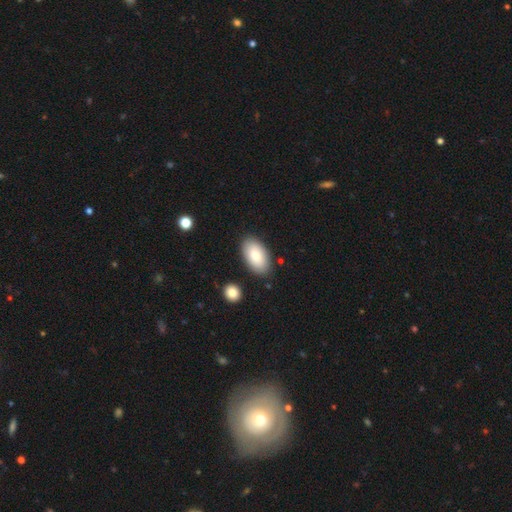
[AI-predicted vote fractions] Overall: smooth (83%). How rounded: in between (95%). Merging: none (85%).